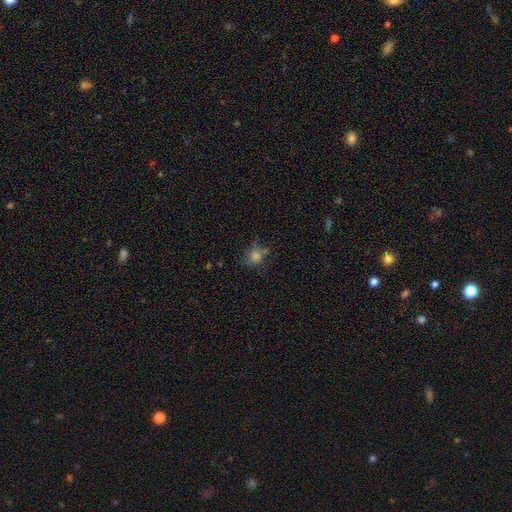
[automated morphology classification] This appears to be a smooth galaxy with no disk features (64%) that is round (71%). Merging: none (56%).